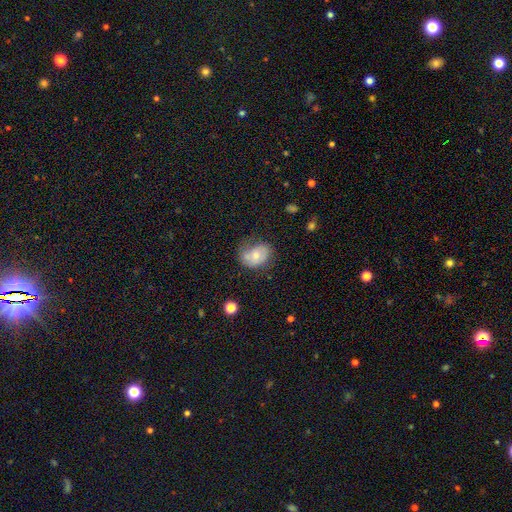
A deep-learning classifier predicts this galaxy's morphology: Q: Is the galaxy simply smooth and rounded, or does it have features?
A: smooth — 56%.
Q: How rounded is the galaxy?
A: in between — 67%.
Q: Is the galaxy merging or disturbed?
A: none — 46%.